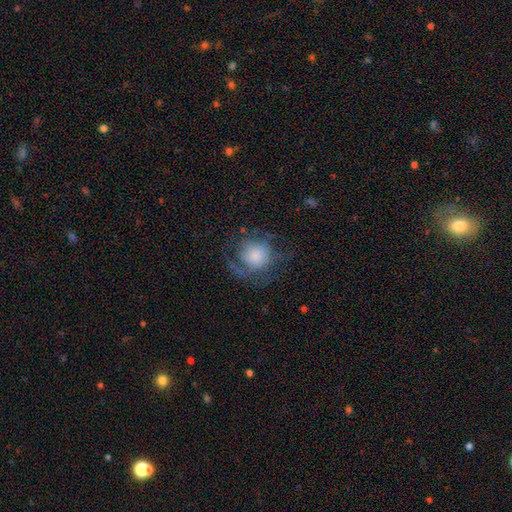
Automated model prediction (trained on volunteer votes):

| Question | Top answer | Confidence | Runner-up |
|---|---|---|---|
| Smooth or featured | featured or disk | 45% | tied: smooth (45%) |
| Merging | none | 50% | major disturbance (29%) |